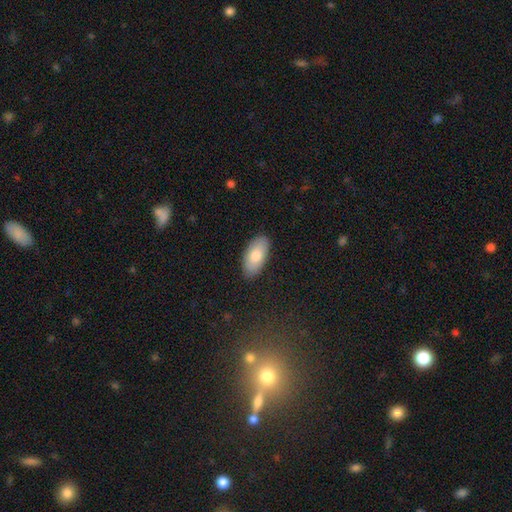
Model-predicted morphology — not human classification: type=smooth (81%); roundness=in between (93%); merging=none (87%).